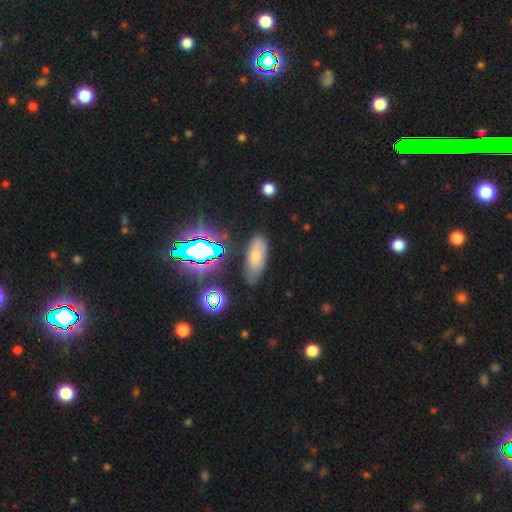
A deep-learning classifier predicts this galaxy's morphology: A smooth galaxy with no disk features (51%) that is in between round and cigar-shaped (77%).

Vote fractions:
- Smooth or featured? smooth: 51% / star or artifact: 25% / featured or disk: 25%
- How rounded? in between: 77% / cigar-shaped: 18% / round: 5%
- Merging? none: 78% / minor disturbance: 15% / major disturbance: 4% / merger: 3%